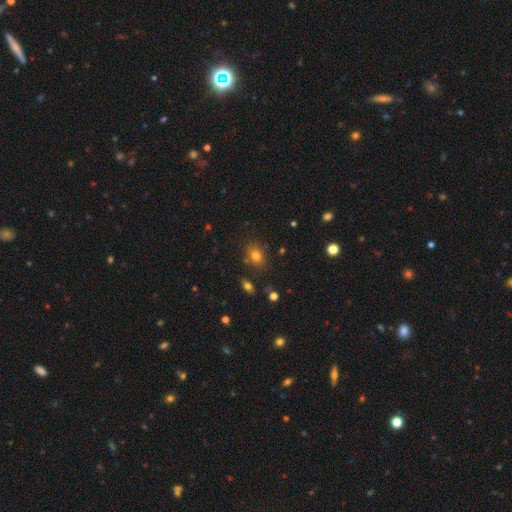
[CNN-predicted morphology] Q: Smooth or featured?
A: smooth (76%); runner-up: star or artifact (14%)
Q: How rounded?
A: in between (58%); runner-up: round (41%)
Q: Merging?
A: none (77%); runner-up: minor disturbance (13%)